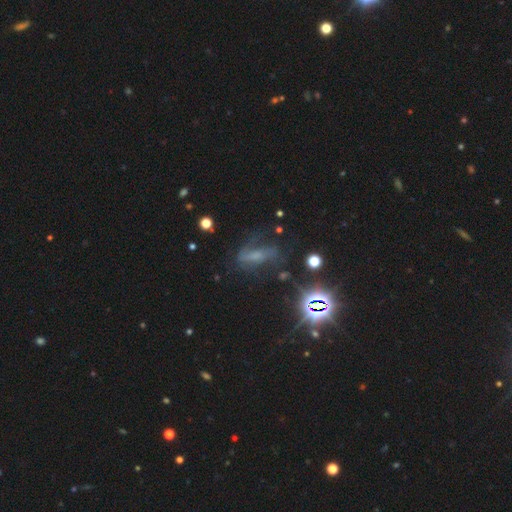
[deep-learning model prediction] A featured or disk galaxy (42%).

Vote fractions:
- Smooth or featured? featured or disk: 42% / star or artifact: 32% / smooth: 26%
- Merging? none: 50% / minor disturbance: 24% / major disturbance: 22% / merger: 4%